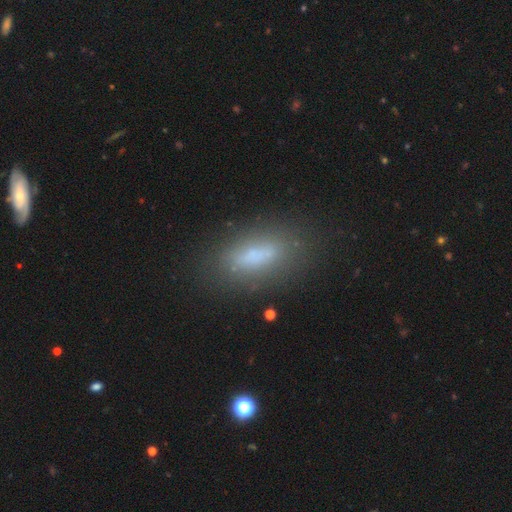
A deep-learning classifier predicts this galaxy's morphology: The model was most divided on "how rounded": in between: 63%, cigar-shaped: 34%, round: 3%. More confident: merging — none (75%); smooth or featured — smooth (67%).